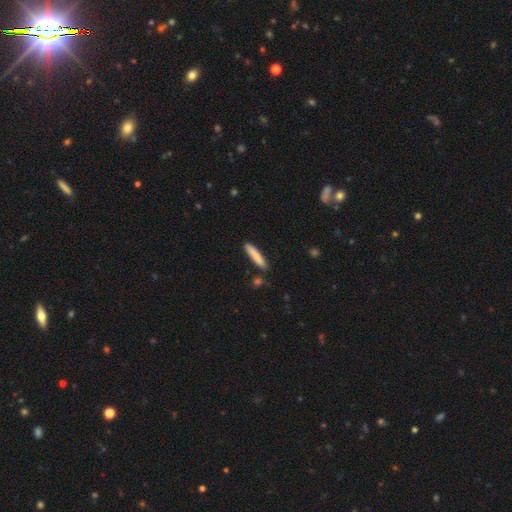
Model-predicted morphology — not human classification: smooth 80%, featured or disk 14%, star or artifact 6%. Down the decision tree: how rounded — cigar-shaped (89%); merging — none (85%).